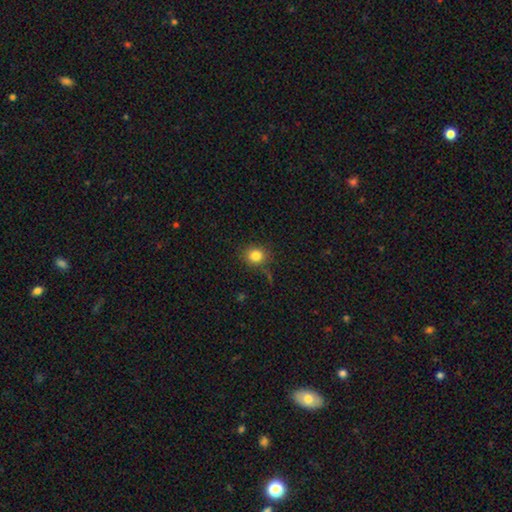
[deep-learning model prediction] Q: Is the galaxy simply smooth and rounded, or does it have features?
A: smooth — 82%.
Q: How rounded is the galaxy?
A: round — 74%.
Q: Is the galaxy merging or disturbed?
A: none — 80%.